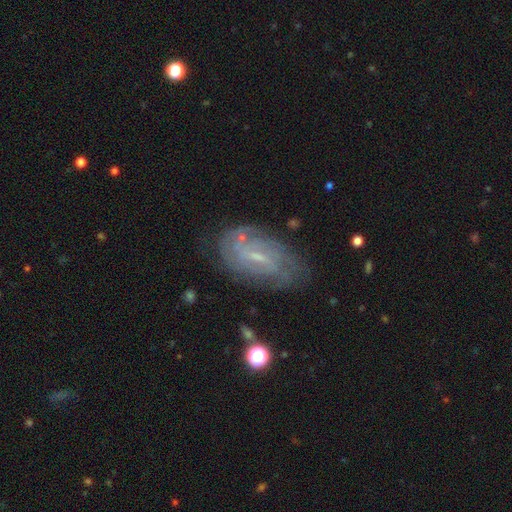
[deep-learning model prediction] Q: Smooth or featured?
A: featured or disk (75%); runner-up: smooth (16%)
Q: Edge-on disk?
A: no (94%); runner-up: yes (6%)
Q: Bar?
A: weak (56%); runner-up: no (25%)
Q: Spiral arms?
A: yes (86%); runner-up: no (14%)
Q: Spiral winding?
A: tight (56%); runner-up: medium (32%)
Q: Spiral arm count?
A: can't tell (49%); runner-up: 2 (25%)
Q: Bulge size?
A: small (65%); runner-up: moderate (22%)
Q: Merging?
A: none (71%); runner-up: minor disturbance (19%)